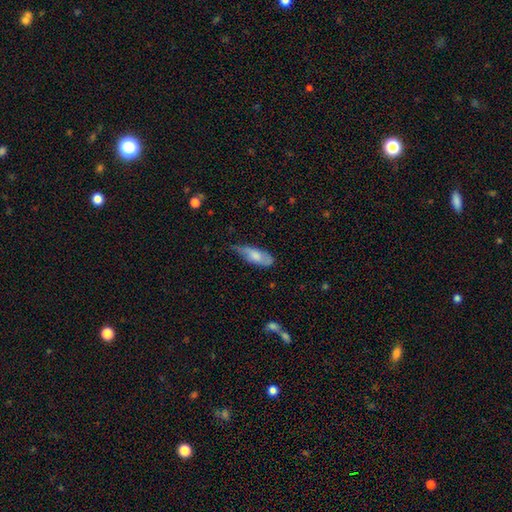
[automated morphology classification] Smooth or featured: smooth — 67% (featured or disk — 27%)
How rounded: in between — 73% (cigar-shaped — 25%)
Merging: minor disturbance — 44% (none — 42%)